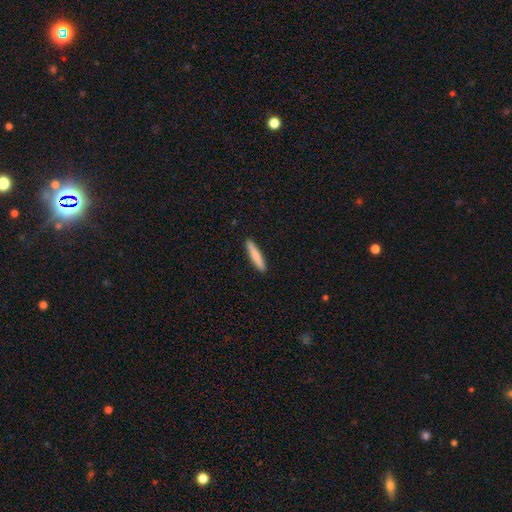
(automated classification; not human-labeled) smooth_or_featured: smooth (p=0.80) [alt: featured or disk p=0.15]
how_rounded: cigar-shaped (p=0.92) [alt: in between p=0.07]
merging: none (p=0.91) [alt: minor disturbance p=0.06]